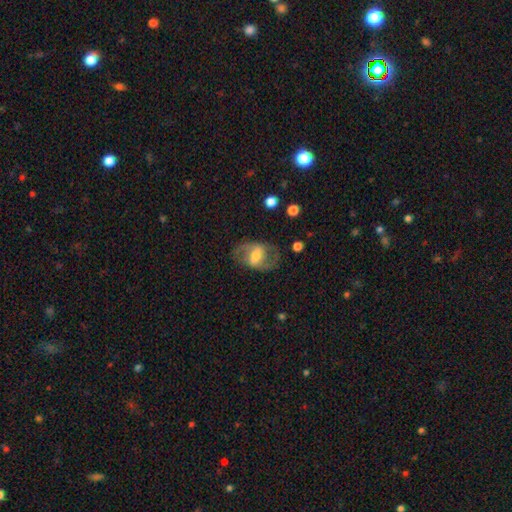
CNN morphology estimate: type=featured or disk (65%); edge-on=no (94%); bar=weak (42%); spiral arms=yes (75%); bulge=moderate (51%); merging=none (72%).